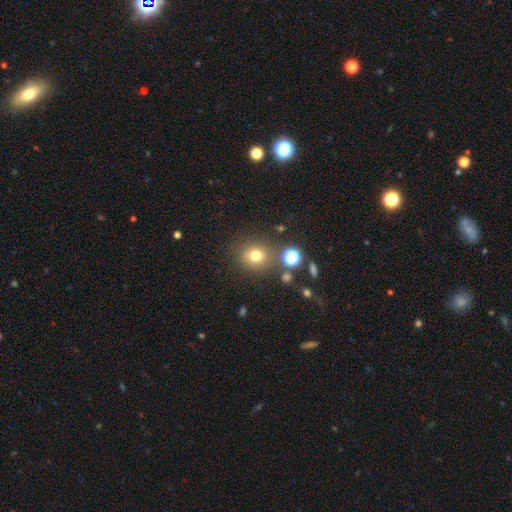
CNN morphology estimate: Smooth or featured?
  - smooth: 74% *
  - star or artifact: 17%
  - featured or disk: 9%
How rounded?
  - round: 83% *
  - in between: 16%
  - cigar-shaped: 1%
Merging?
  - none: 81% *
  - minor disturbance: 9%
  - merger: 6%
  - major disturbance: 4%